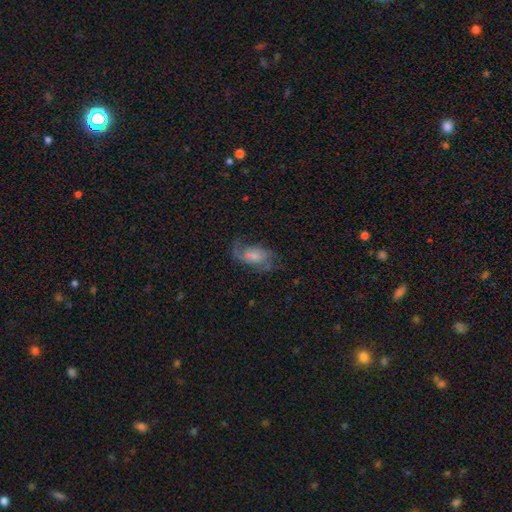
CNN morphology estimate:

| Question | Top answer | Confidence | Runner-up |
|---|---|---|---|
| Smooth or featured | featured or disk | 64% | smooth (25%) |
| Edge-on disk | no | 95% | yes (5%) |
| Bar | no | 62% | weak (31%) |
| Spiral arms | yes | 85% | no (15%) |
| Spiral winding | loose | 46% | medium (39%) |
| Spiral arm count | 2 | 60% | can't tell (16%) |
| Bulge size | small | 50% | moderate (29%) |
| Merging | none | 54% | major disturbance (23%) |